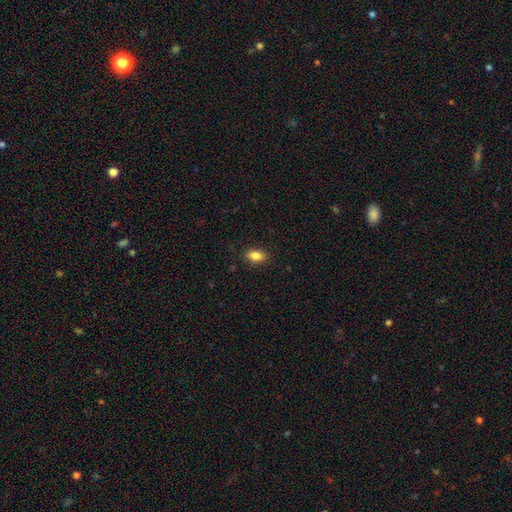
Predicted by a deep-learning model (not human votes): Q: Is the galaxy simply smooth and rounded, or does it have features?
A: smooth — 85%.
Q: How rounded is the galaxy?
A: in between — 88%.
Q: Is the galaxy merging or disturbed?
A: none — 88%.